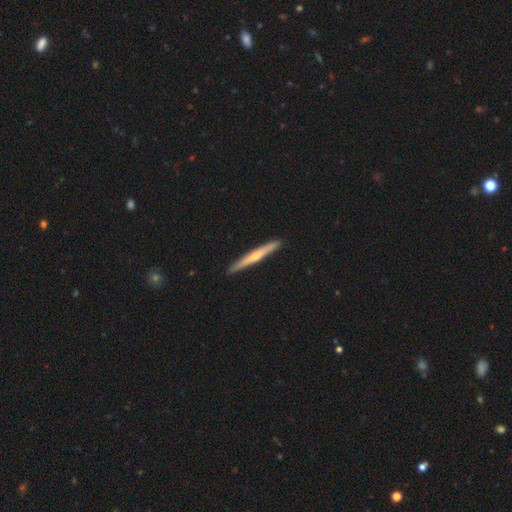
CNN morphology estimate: Smooth or featured? Predicted: featured or disk (p=0.55). Edge-on disk? Predicted: yes (p=0.97). Edge-on bulge? Predicted: rounded (p=0.64). Merging? Predicted: none (p=0.92).